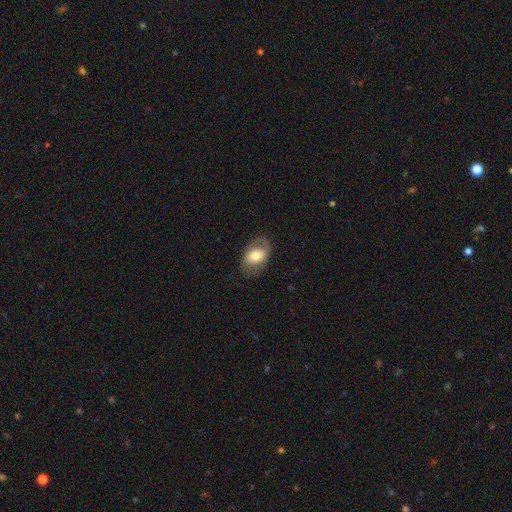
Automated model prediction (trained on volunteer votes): smooth_or_featured: smooth (p=0.54) [alt: featured or disk p=0.39]
how_rounded: in between (p=0.84) [alt: round p=0.14]
merging: none (p=0.71) [alt: minor disturbance p=0.18]